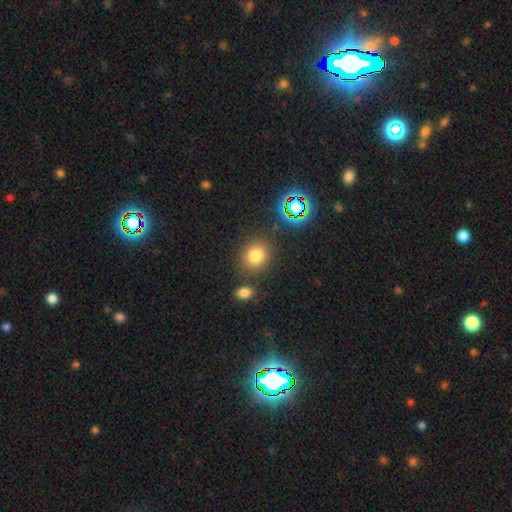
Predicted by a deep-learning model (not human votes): smooth-or-featured: smooth: 76% | star or artifact: 16% | featured or disk: 7%
  how-rounded: round: 77% | in between: 22% | cigar-shaped: 1%
  merging: none: 81% | minor disturbance: 9% | merger: 6% | major disturbance: 3%